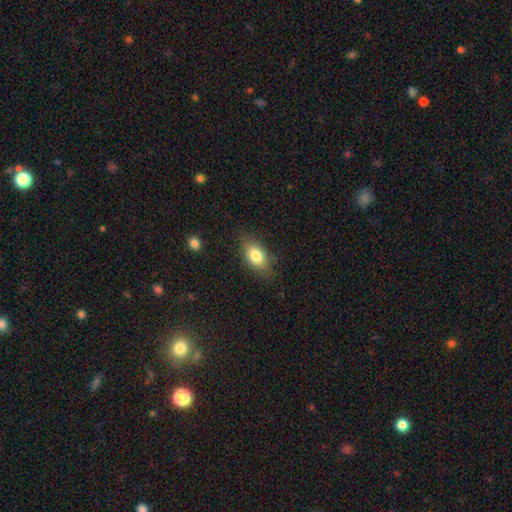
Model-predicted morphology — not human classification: A smooth galaxy with no disk features (79%) that is in between round and cigar-shaped (85%).

Vote fractions:
- Smooth or featured? smooth: 79% / featured or disk: 13% / star or artifact: 8%
- How rounded? in between: 85% / round: 9% / cigar-shaped: 7%
- Merging? none: 77% / minor disturbance: 18% / major disturbance: 4% / merger: 1%